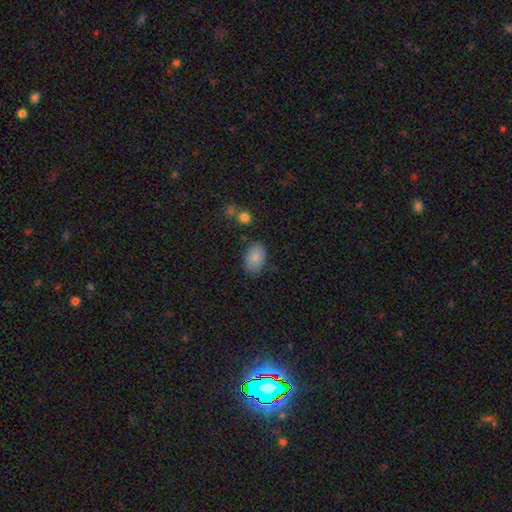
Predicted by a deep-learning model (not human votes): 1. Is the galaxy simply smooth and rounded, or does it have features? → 84% smooth, 8% star or artifact, 8% featured or disk.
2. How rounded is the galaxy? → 89% in between, 10% round, 1% cigar-shaped.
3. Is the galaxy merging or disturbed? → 80% none, 14% minor disturbance, 3% merger, 3% major disturbance.